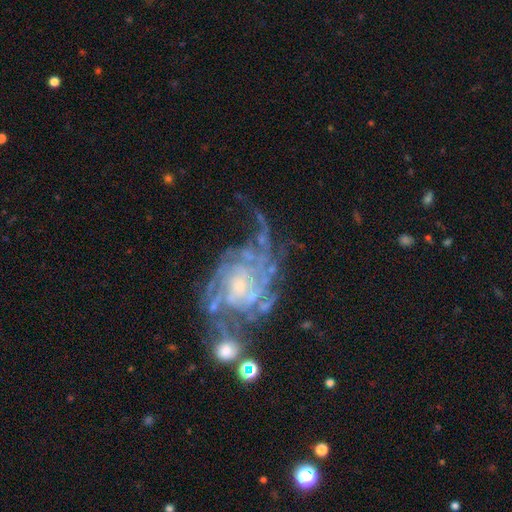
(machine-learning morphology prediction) Smooth or featured: featured or disk — 88% (star or artifact — 7%)
Edge-on disk: no — 98% (yes — 2%)
Bar: no — 71% (weak — 23%)
Spiral arms: yes — 95% (no — 5%)
Spiral winding: tight — 50% (medium — 33%)
Spiral arm count: can't tell — 30% (2 — 18%)
Bulge size: small — 69% (moderate — 21%)
Merging: none — 38% (major disturbance — 28%)